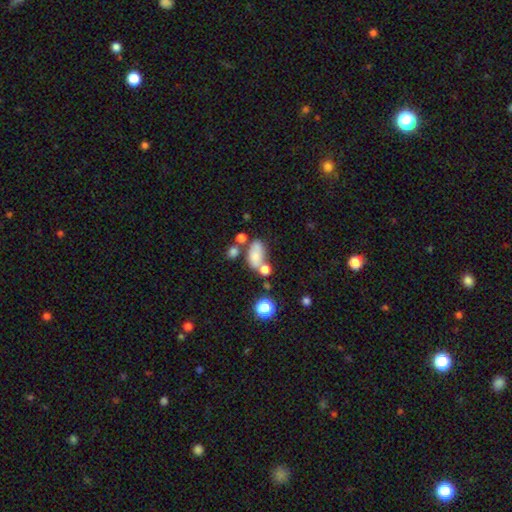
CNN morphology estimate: smooth 70%, featured or disk 18%, star or artifact 12%. Down the decision tree: how rounded — in between (86%); merging — none (39%).